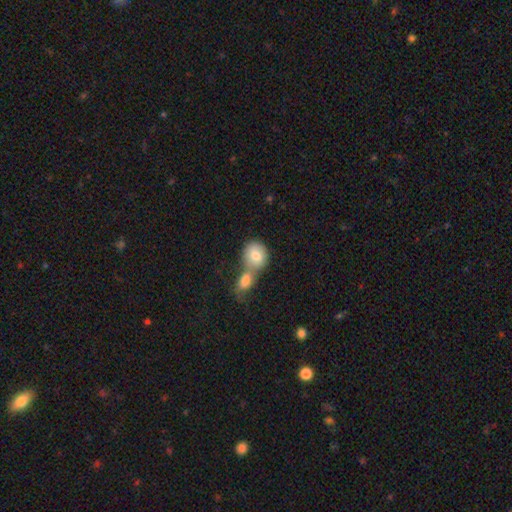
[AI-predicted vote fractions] The model was most divided on "merging": merger: 60%, none: 29%, minor disturbance: 8%, major disturbance: 3%. More confident: smooth or featured — smooth (78%); how rounded — round (72%).